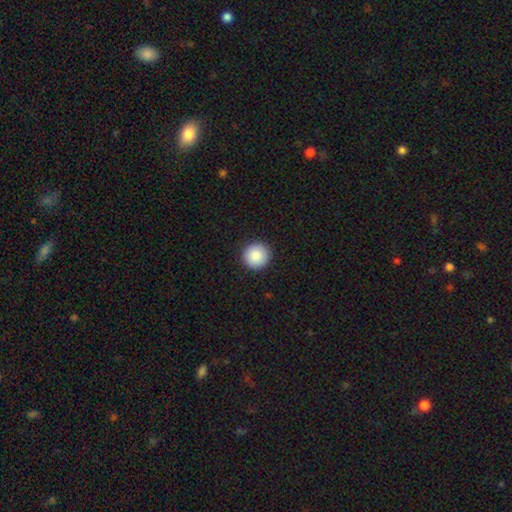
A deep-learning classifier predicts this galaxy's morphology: Smooth or featured? smooth (87%)
How rounded? round (95%)
Merging? none (93%)